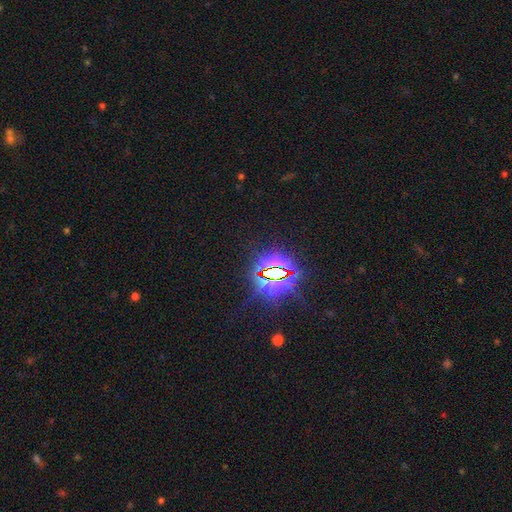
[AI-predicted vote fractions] Q: Smooth or featured?
A: star or artifact (85%); runner-up: smooth (9%)